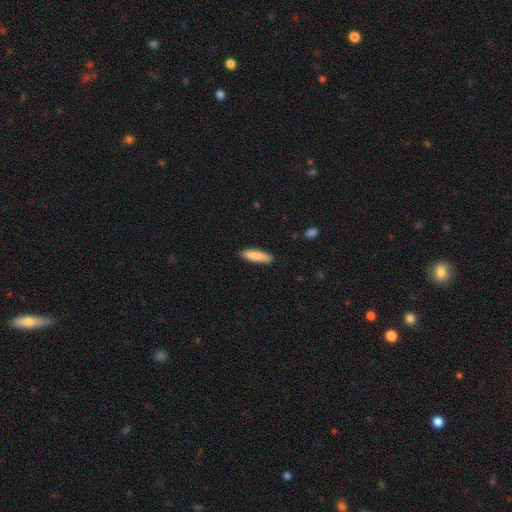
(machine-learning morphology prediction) The model was most divided on "how rounded": cigar-shaped: 68%, in between: 30%, round: 1%. More confident: smooth or featured — smooth (87%); merging — none (87%).